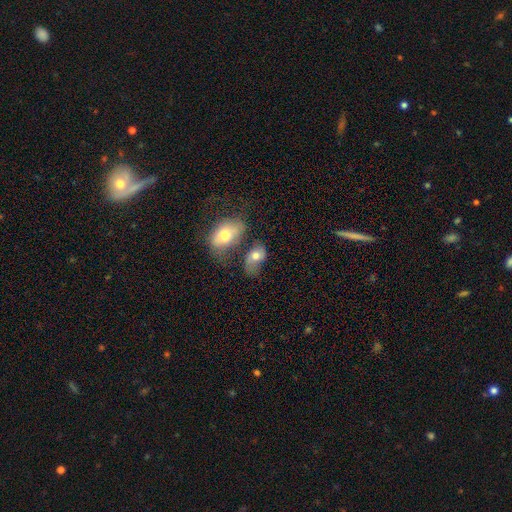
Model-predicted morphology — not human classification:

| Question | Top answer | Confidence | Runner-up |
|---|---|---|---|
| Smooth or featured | smooth | 63% | featured or disk (27%) |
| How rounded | in between | 85% | round (13%) |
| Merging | none | 39% | merger (29%) |